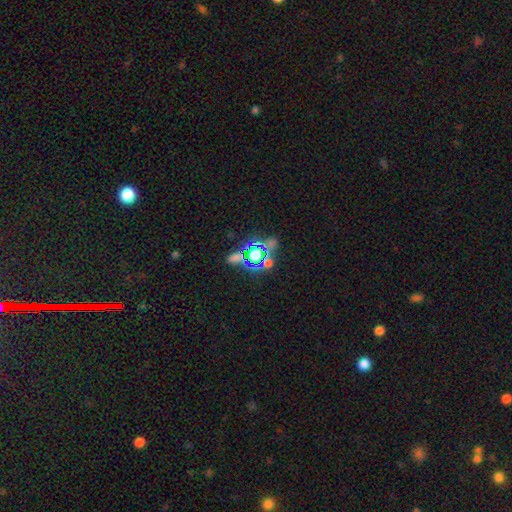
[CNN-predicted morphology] This is likely a star or artifact rather than a galaxy (77%).